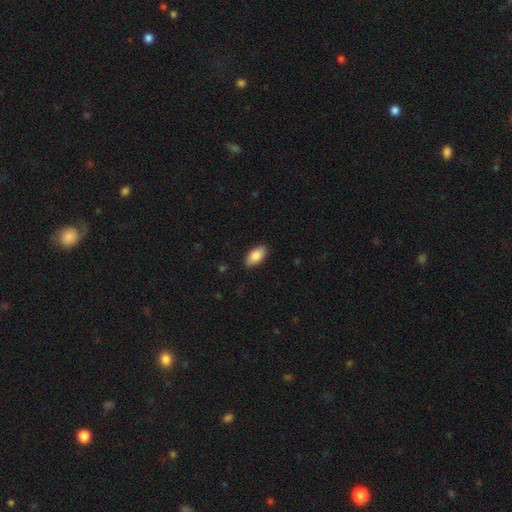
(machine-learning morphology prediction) The model was most divided on "smooth or featured": smooth: 85%, featured or disk: 9%, star or artifact: 6%. More confident: how rounded — in between (94%); merging — none (88%).